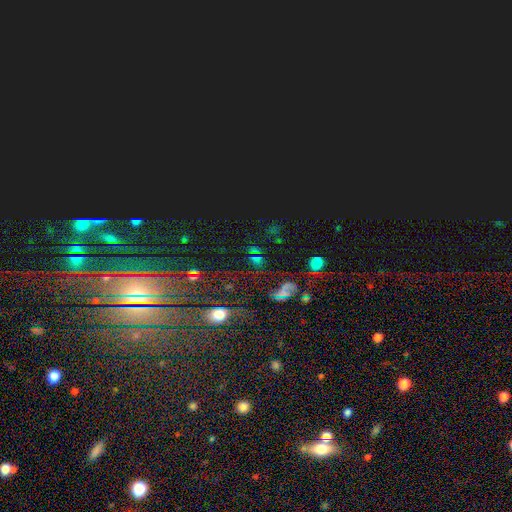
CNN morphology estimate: This appears to be a star or artifact, not a galaxy (59%).